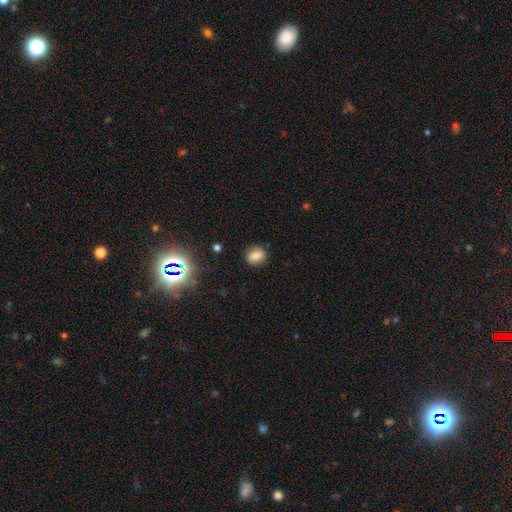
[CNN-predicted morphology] smooth-or-featured: smooth: 75% | star or artifact: 14% | featured or disk: 12%
  how-rounded: round: 70% | in between: 29% | cigar-shaped: 1%
  merging: none: 87% | minor disturbance: 9% | major disturbance: 3% | merger: 1%